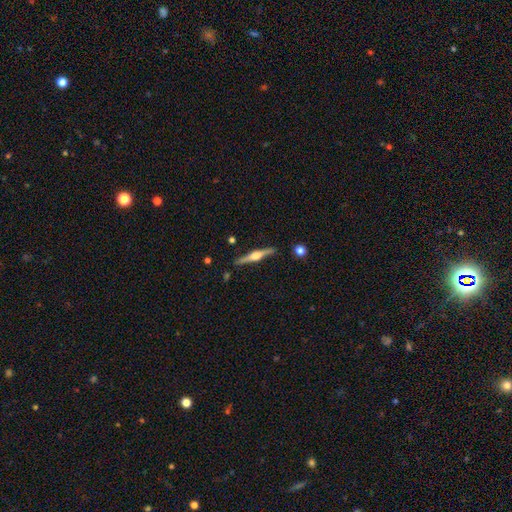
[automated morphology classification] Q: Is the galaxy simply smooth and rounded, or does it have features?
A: featured or disk — 78%.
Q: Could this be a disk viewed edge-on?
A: yes — 98%.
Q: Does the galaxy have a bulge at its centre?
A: rounded — 92%.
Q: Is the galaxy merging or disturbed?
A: none — 88%.